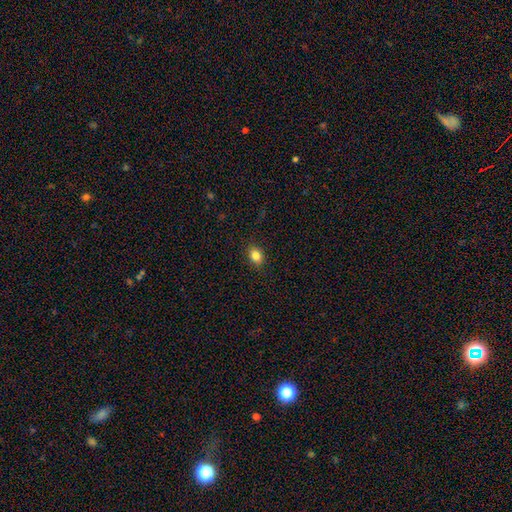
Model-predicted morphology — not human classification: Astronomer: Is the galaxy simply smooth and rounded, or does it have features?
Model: smooth — 84%.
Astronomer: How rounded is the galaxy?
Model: in between — 64%.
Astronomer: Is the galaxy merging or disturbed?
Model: none — 89%.